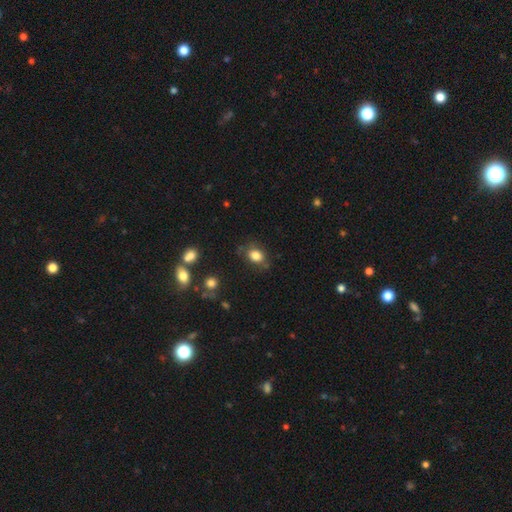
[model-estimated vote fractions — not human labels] The model was most divided on "how rounded": in between: 63%, round: 36%, cigar-shaped: 1%. More confident: smooth or featured — smooth (81%); merging — none (71%).